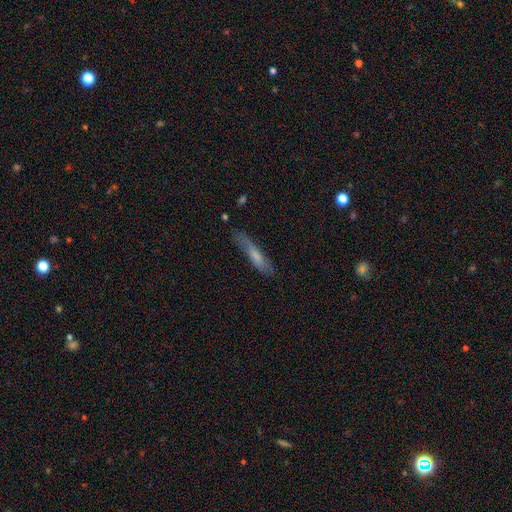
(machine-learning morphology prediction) A smooth galaxy with no disk features (64%) that is cigar-shaped (84%). Merging: none (65%).